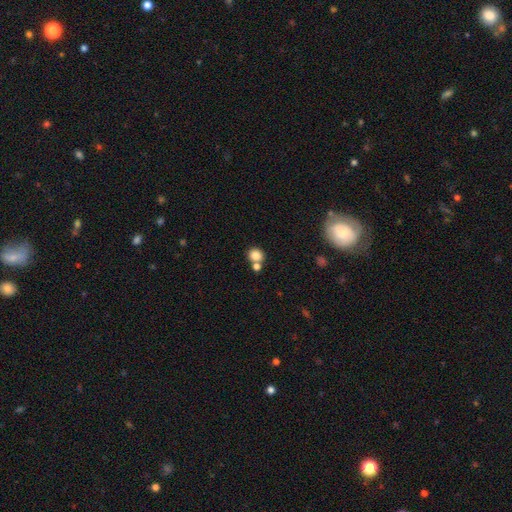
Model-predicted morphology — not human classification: A smooth galaxy with no disk features (82%) that is round (81%).

Vote fractions:
- Smooth or featured? smooth: 82% / star or artifact: 11% / featured or disk: 8%
- How rounded? round: 81% / in between: 18% / cigar-shaped: 1%
- Merging? none: 58% / merger: 30% / minor disturbance: 9% / major disturbance: 3%